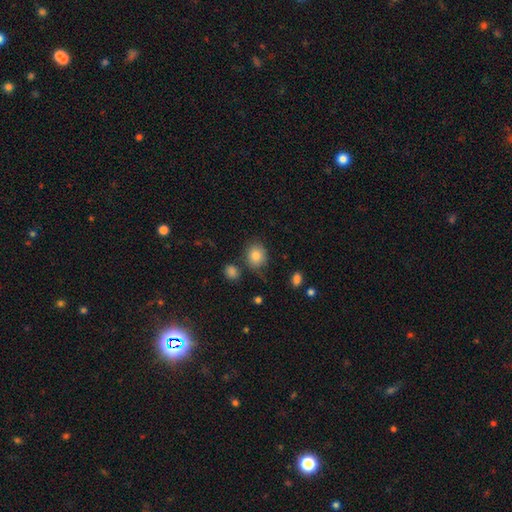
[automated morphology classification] Smooth or featured: smooth — 83% (star or artifact — 10%)
How rounded: round — 70% (in between — 29%)
Merging: none — 73% (minor disturbance — 16%)